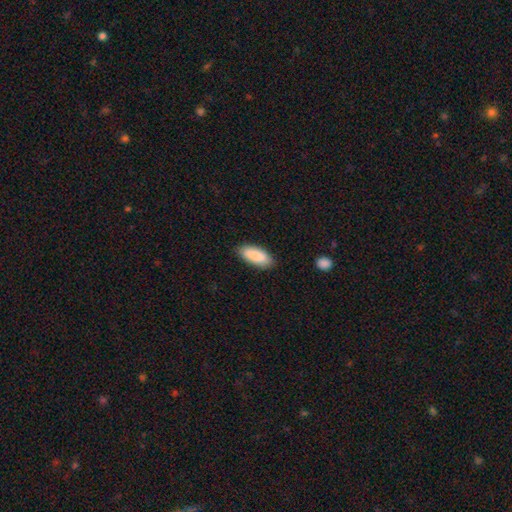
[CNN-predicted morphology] A smooth galaxy with no disk features (89%) that is in between round and cigar-shaped (80%). Merging: none (87%).